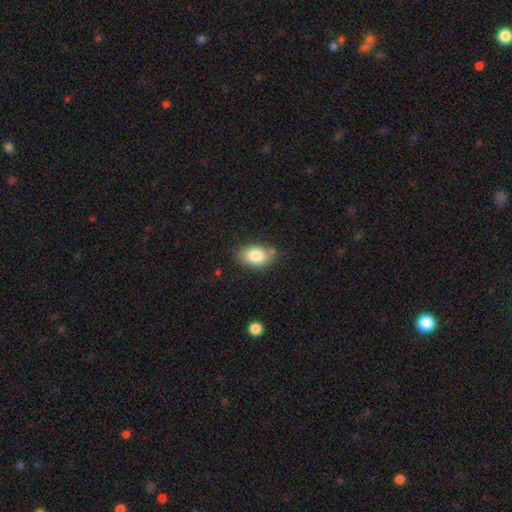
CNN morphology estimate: smooth 83%, featured or disk 10%, star or artifact 8%. Down the decision tree: how rounded — in between (86%); merging — none (75%).